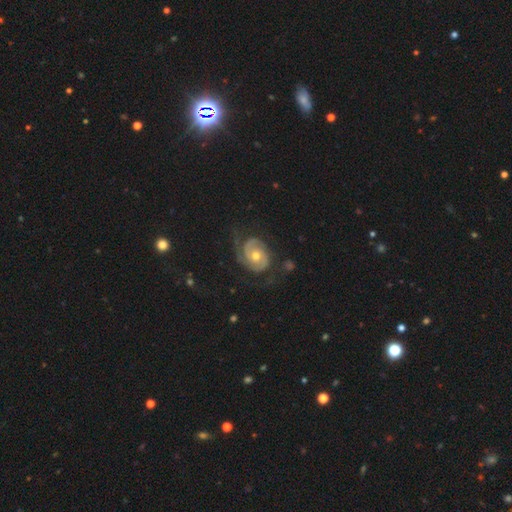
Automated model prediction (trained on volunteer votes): A featured or disk galaxy (85%) with no bar (72%), 2 (78%) tight (52%) spiral arms (95%) and a moderate central bulge (72%). Merging: none (66%).